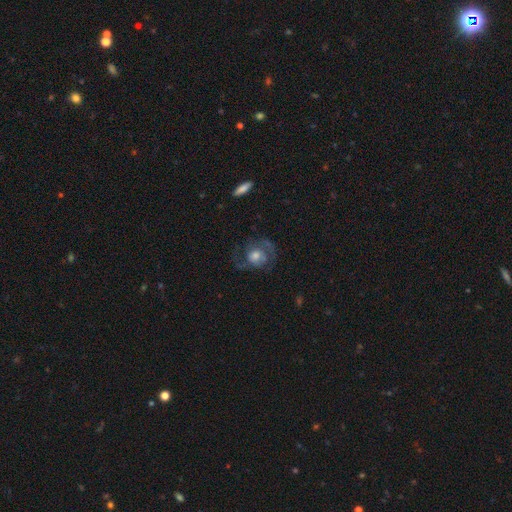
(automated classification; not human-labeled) The model was most divided on "spiral winding": medium: 48%, tight: 29%, loose: 23%. More confident: edge-on disk — no (97%); spiral arms — yes (83%); bar — no (75%); spiral arm count — 2 (69%); smooth or featured — featured or disk (67%); merging — none (61%); bulge size — moderate (52%).